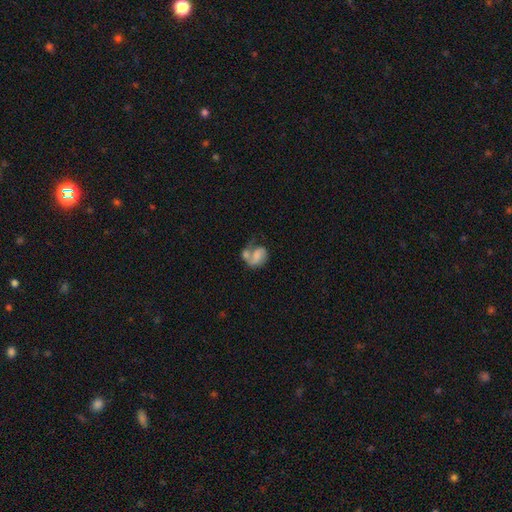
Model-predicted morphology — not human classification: featured or disk 47%, smooth 45%, star or artifact 9%. Down the decision tree: merging — merger (43%).